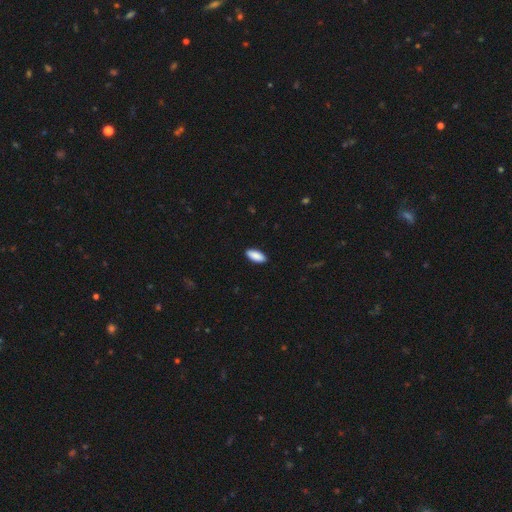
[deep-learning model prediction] Q: Smooth or featured?
A: smooth (90%); runner-up: star or artifact (6%)
Q: How rounded?
A: in between (83%); runner-up: cigar-shaped (15%)
Q: Merging?
A: none (89%); runner-up: minor disturbance (8%)